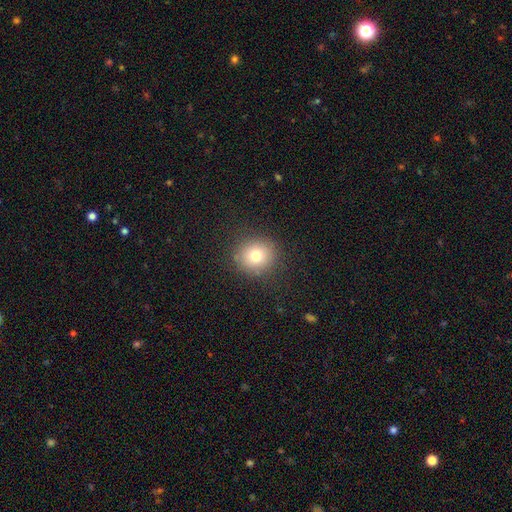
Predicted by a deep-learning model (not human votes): smooth 75%, star or artifact 14%, featured or disk 11%. Down the decision tree: how rounded — round (88%); merging — none (87%).